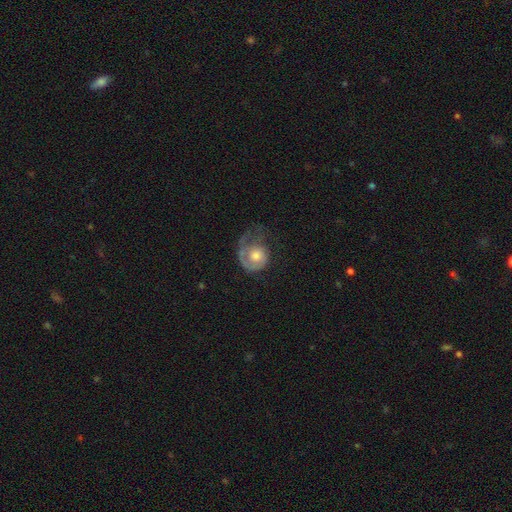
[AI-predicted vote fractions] Overall: featured or disk (62%; smooth 31%). Edge-on disk: no (98%). Bar: no (83%). Spiral arms: yes (79%). Bulge size: moderate (58%; large 20%). Merging: major disturbance (41%; none 36%).